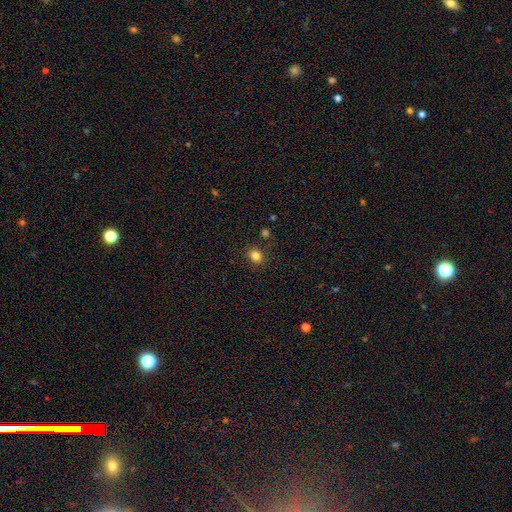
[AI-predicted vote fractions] A smooth galaxy with no disk features (83%) that is round (60%).

Vote fractions:
- Smooth or featured? smooth: 83% / star or artifact: 12% / featured or disk: 5%
- How rounded? round: 60% / in between: 40% / cigar-shaped: 1%
- Merging? none: 85% / minor disturbance: 9% / merger: 3% / major disturbance: 3%